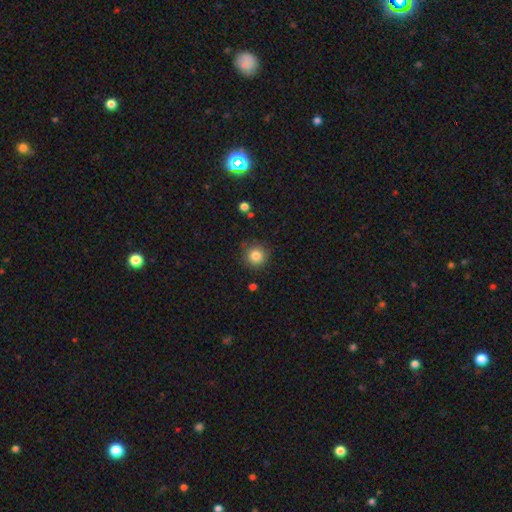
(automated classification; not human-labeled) Morphology: type=smooth (83%); roundness=round (94%); merging=none (85%).